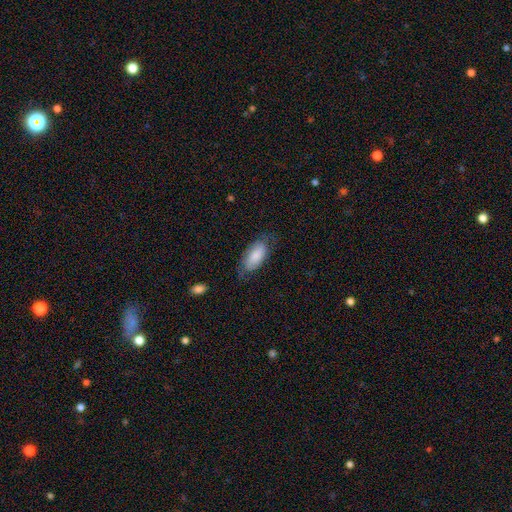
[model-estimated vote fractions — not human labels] smooth 76%, featured or disk 18%, star or artifact 6%. Down the decision tree: how rounded — in between (91%); merging — none (65%).